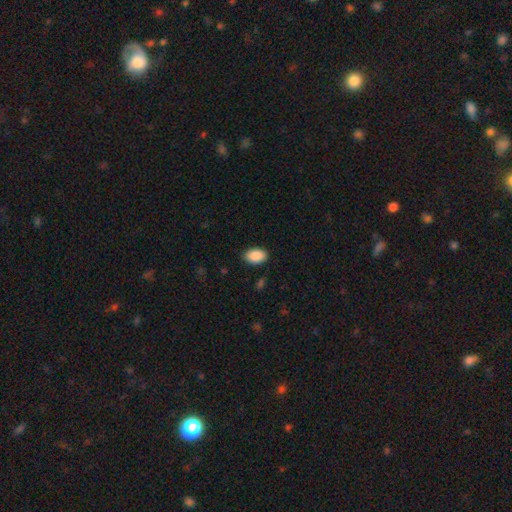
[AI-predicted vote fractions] smooth 90%, star or artifact 7%, featured or disk 3%. Down the decision tree: how rounded — in between (91%); merging — none (86%).